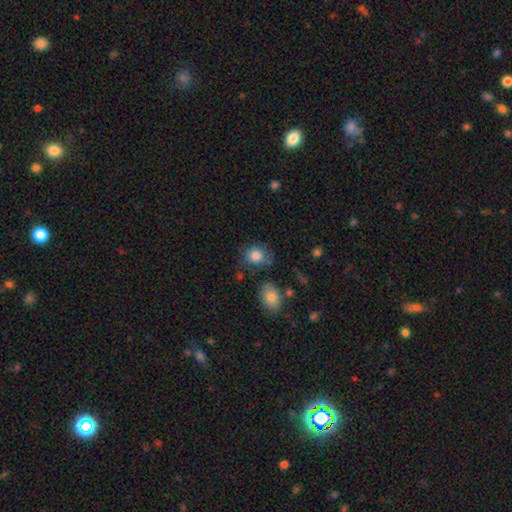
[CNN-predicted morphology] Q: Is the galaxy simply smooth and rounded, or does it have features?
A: smooth — 83%.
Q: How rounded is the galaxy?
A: round — 62%.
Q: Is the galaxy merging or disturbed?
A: none — 63%.